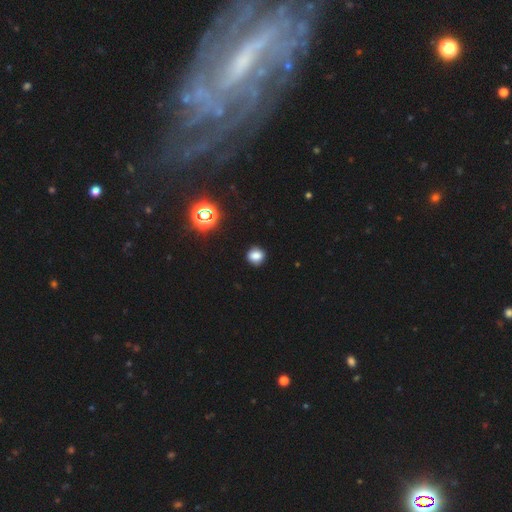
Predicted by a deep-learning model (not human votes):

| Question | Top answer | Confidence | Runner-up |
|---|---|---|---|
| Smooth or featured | smooth | 80% | star or artifact (15%) |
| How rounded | round | 75% | in between (24%) |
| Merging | none | 88% | minor disturbance (9%) |